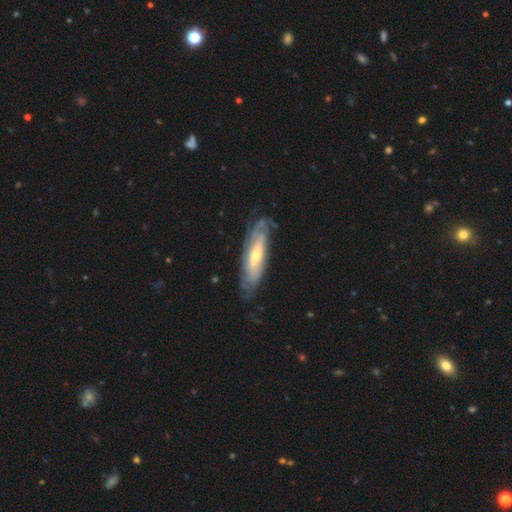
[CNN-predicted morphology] The model was most divided on "bulge size": small: 50%, moderate: 45%, large: 3%, none: 1%, dominant: 1%. More confident: spiral arms — yes (85%); smooth or featured — featured or disk (76%); edge-on disk — no (74%); merging — none (71%); bar — no (52%).